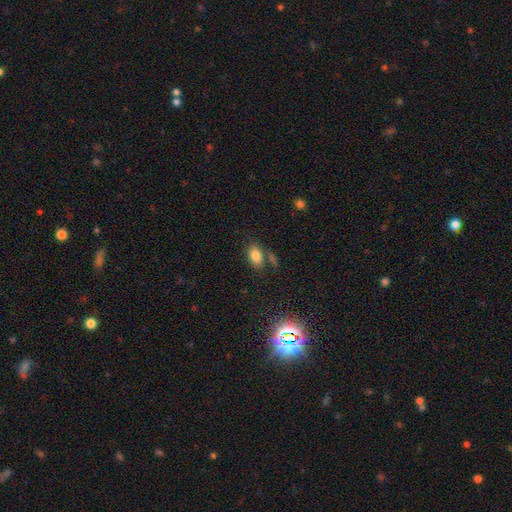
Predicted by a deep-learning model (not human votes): Q: Smooth or featured?
A: smooth (80%); runner-up: star or artifact (12%)
Q: How rounded?
A: in between (87%); runner-up: round (11%)
Q: Merging?
A: none (68%); runner-up: merger (14%)